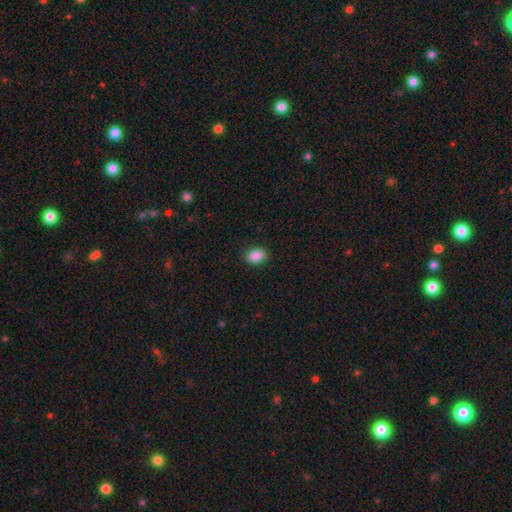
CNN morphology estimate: smooth 88%, star or artifact 8%, featured or disk 4%. Down the decision tree: how rounded — in between (75%); merging — none (89%).